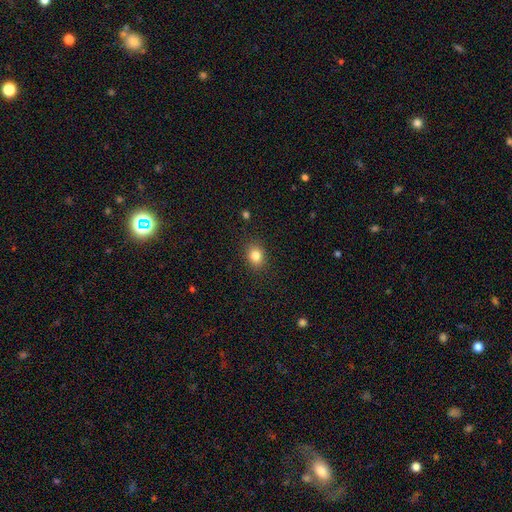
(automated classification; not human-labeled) Q: Smooth or featured?
A: smooth (83%); runner-up: star or artifact (11%)
Q: How rounded?
A: round (59%); runner-up: in between (40%)
Q: Merging?
A: none (88%); runner-up: minor disturbance (8%)